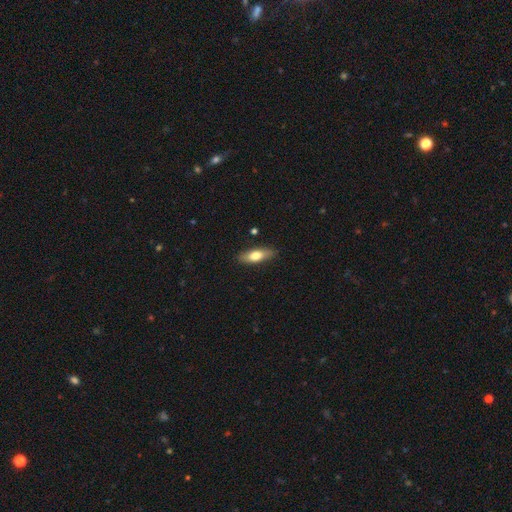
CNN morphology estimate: A smooth galaxy with no disk features (70%) that is in between round and cigar-shaped (59%).

Vote fractions:
- Smooth or featured? smooth: 70% / featured or disk: 24% / star or artifact: 6%
- How rounded? in between: 59% / cigar-shaped: 38% / round: 3%
- Merging? none: 85% / minor disturbance: 11% / major disturbance: 2% / merger: 1%